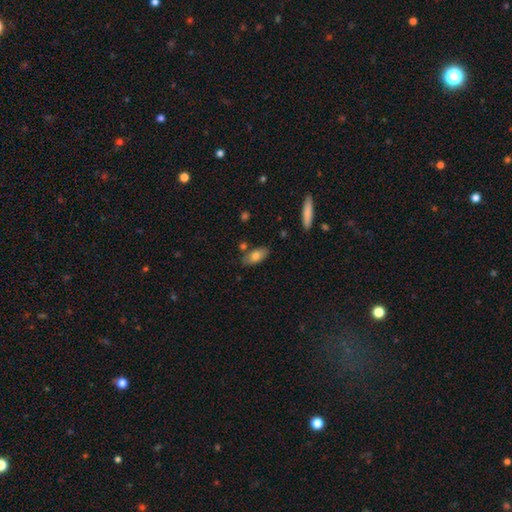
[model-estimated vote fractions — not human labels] smooth_or_featured: smooth (p=0.78) [alt: featured or disk p=0.15]
how_rounded: in between (p=0.87) [alt: cigar-shaped p=0.11]
merging: none (p=0.77) [alt: minor disturbance p=0.14]